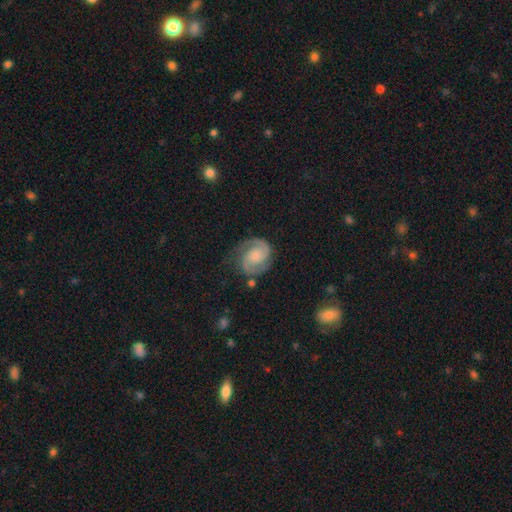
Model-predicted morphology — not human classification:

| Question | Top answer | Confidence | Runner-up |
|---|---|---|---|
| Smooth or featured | featured or disk | 87% | smooth (7%) |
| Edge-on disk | no | 98% | yes (2%) |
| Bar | no | 64% | weak (29%) |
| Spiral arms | yes | 98% | no (2%) |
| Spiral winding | medium | 48% | tight (43%) |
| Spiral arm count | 2 | 91% | can't tell (3%) |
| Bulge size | small | 52% | moderate (31%) |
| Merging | none | 74% | minor disturbance (17%) |